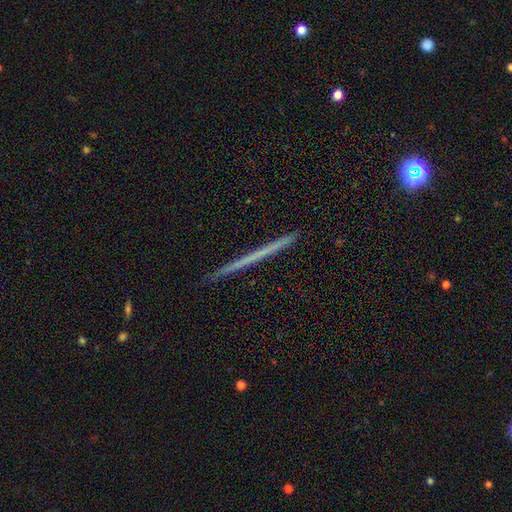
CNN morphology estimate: The model was most divided on "smooth or featured": featured or disk: 55%, smooth: 37%, star or artifact: 8%. More confident: edge-on disk — yes (98%); edge-on bulge — none (94%); merging — none (92%).